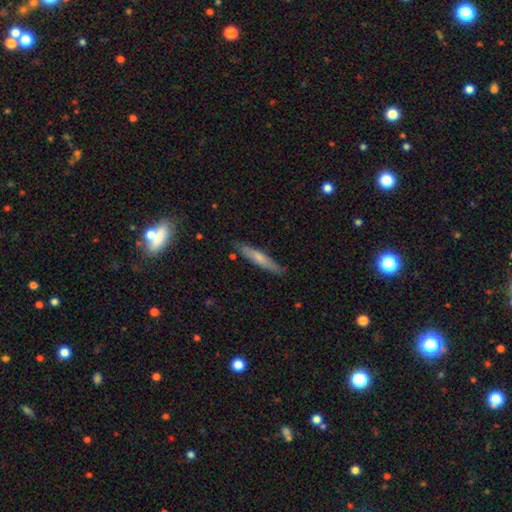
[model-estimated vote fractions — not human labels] Smooth or featured? smooth (52%)
How rounded? cigar-shaped (92%)
Merging? none (86%)